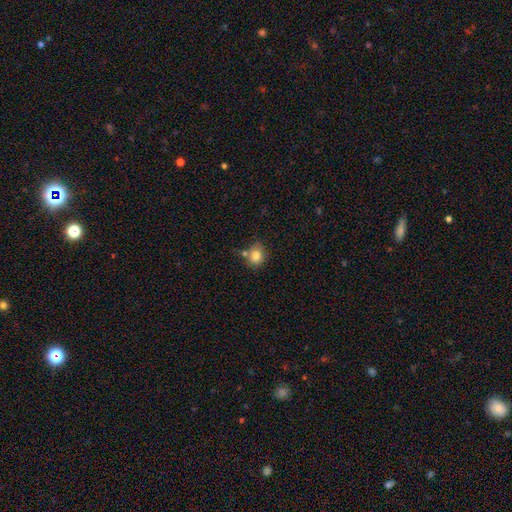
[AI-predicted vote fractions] This appears to be a smooth galaxy with no disk features (81%) that is round (64%). Merging: none (59%).